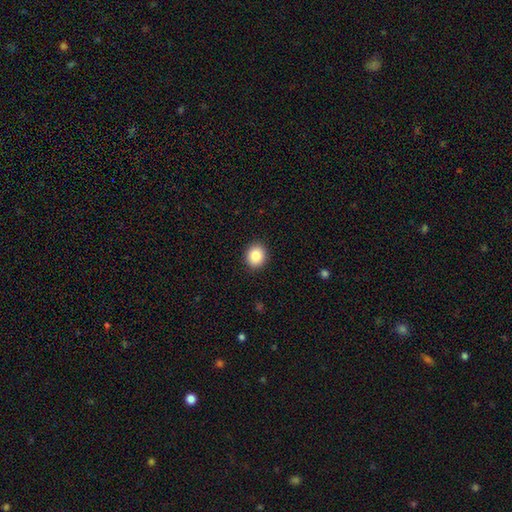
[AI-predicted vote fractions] Overall: smooth (85%). How rounded: round (74%). Merging: none (92%).